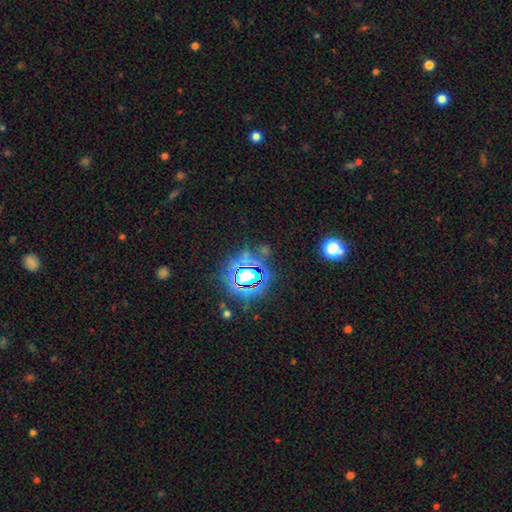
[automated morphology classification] Smooth or featured?
  - star or artifact: 81% *
  - smooth: 11%
  - featured or disk: 7%